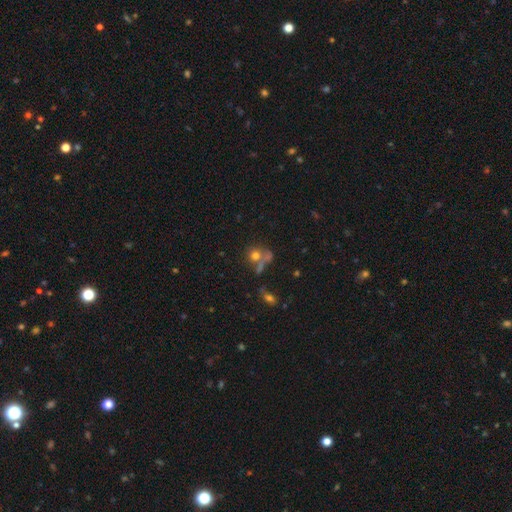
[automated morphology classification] Smooth or featured?
  - smooth: 68% *
  - featured or disk: 16%
  - star or artifact: 16%
How rounded?
  - round: 78% *
  - in between: 20%
  - cigar-shaped: 2%
Merging?
  - none: 45% *
  - merger: 35%
  - minor disturbance: 11%
  - major disturbance: 10%